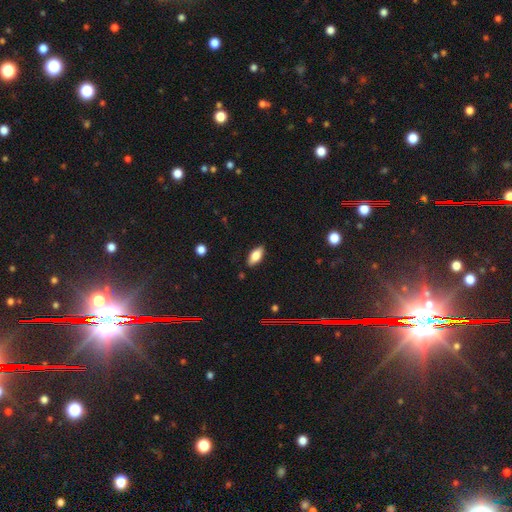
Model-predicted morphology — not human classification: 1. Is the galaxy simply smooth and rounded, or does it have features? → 75% smooth, 17% featured or disk, 8% star or artifact.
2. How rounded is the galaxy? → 85% in between, 12% cigar-shaped, 3% round.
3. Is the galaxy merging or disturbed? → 86% none, 11% minor disturbance, 2% major disturbance, 1% merger.